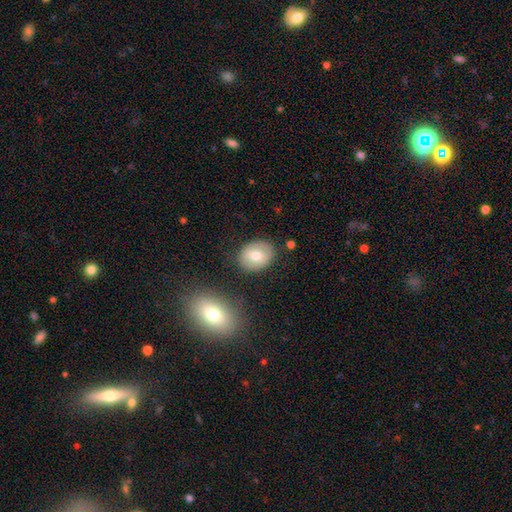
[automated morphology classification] smooth_or_featured: smooth (p=0.69) [alt: featured or disk p=0.24]
how_rounded: in between (p=0.55) [alt: round p=0.44]
merging: none (p=0.82) [alt: minor disturbance p=0.12]